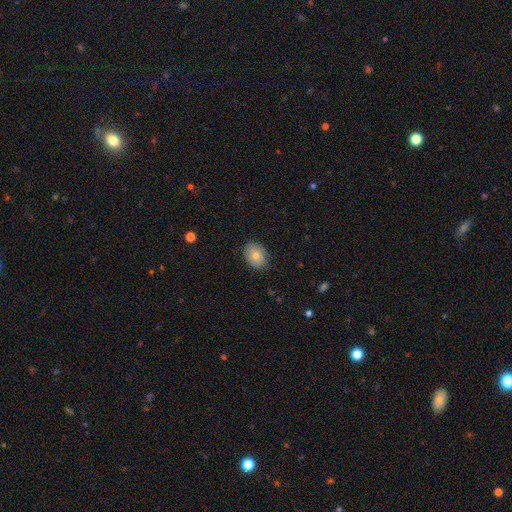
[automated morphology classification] smooth-or-featured: smooth: 77% | featured or disk: 15% | star or artifact: 8%
  how-rounded: in between: 67% | round: 32% | cigar-shaped: 1%
  merging: none: 85% | minor disturbance: 11% | major disturbance: 2% | merger: 1%